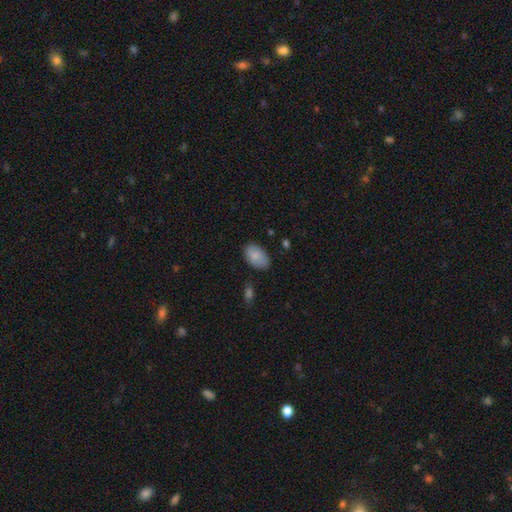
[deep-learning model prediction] Smooth or featured: smooth — 86% (featured or disk — 7%)
How rounded: in between — 92% (round — 6%)
Merging: none — 80% (minor disturbance — 15%)